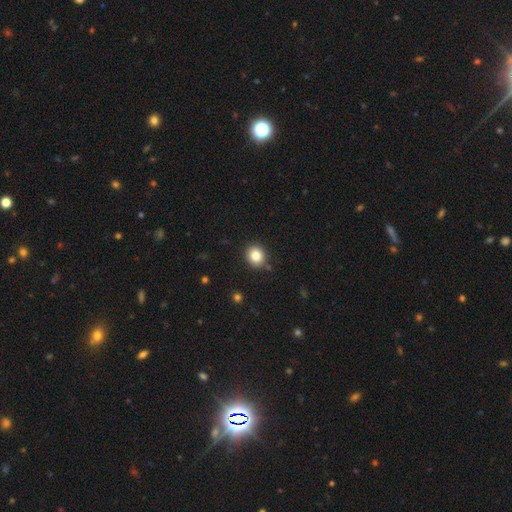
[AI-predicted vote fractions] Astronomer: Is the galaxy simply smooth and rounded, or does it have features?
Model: smooth — 83%.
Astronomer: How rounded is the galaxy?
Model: round — 78%.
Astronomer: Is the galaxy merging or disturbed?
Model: none — 88%.